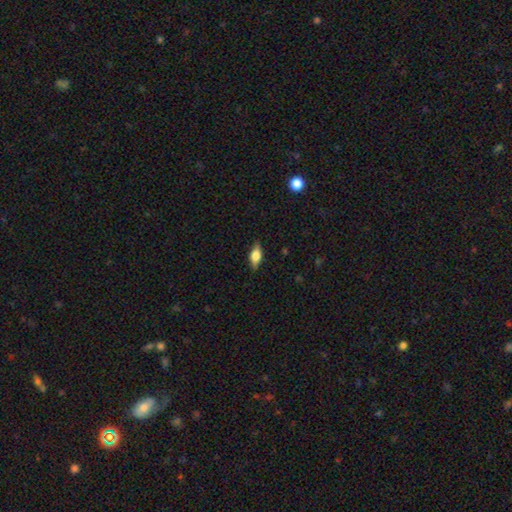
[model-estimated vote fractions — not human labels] Smooth or featured: smooth — 53% (featured or disk — 39%)
How rounded: in between — 73% (cigar-shaped — 22%)
Merging: none — 85% (minor disturbance — 11%)